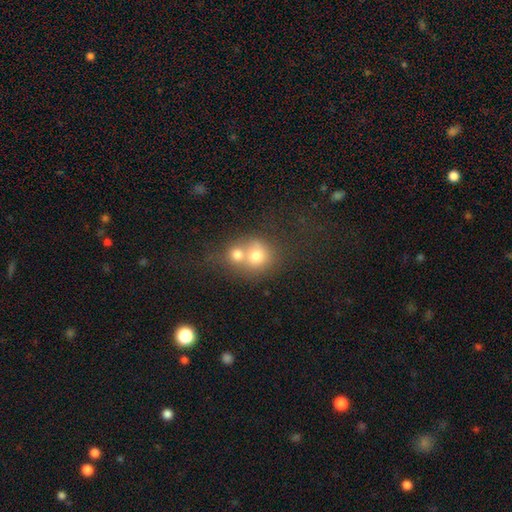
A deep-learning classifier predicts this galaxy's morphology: A smooth galaxy with no disk features (70%) that is round (80%).

Vote fractions:
- Smooth or featured? smooth: 70% / featured or disk: 18% / star or artifact: 12%
- How rounded? round: 80% / in between: 19% / cigar-shaped: 1%
- Merging? merger: 63% / none: 28% / minor disturbance: 6% / major disturbance: 4%